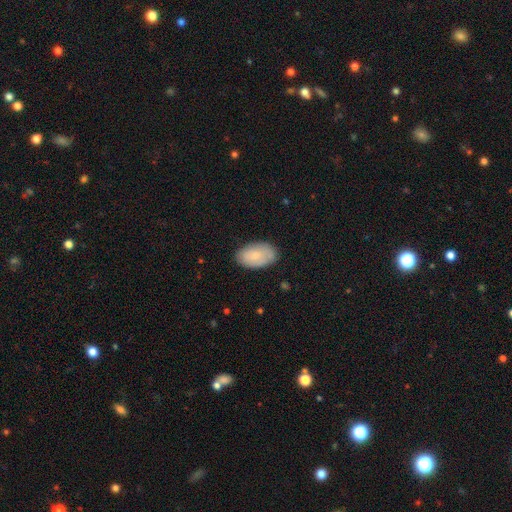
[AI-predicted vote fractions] The model was most divided on "smooth or featured": smooth: 73%, featured or disk: 21%, star or artifact: 6%. More confident: how rounded — in between (94%); merging — none (79%).